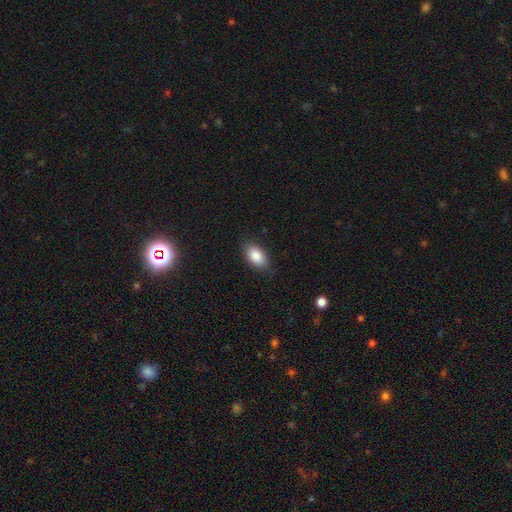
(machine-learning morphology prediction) smooth_or_featured: smooth (p=0.86) [alt: star or artifact p=0.07]
how_rounded: in between (p=0.92) [alt: round p=0.05]
merging: none (p=0.80) [alt: minor disturbance p=0.16]